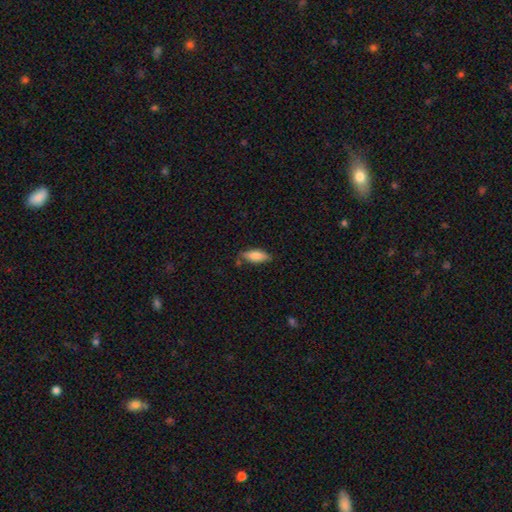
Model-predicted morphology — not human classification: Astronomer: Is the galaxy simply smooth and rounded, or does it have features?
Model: smooth — 78%.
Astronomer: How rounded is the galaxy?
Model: in between — 68%.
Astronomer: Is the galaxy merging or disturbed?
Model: none — 73%.